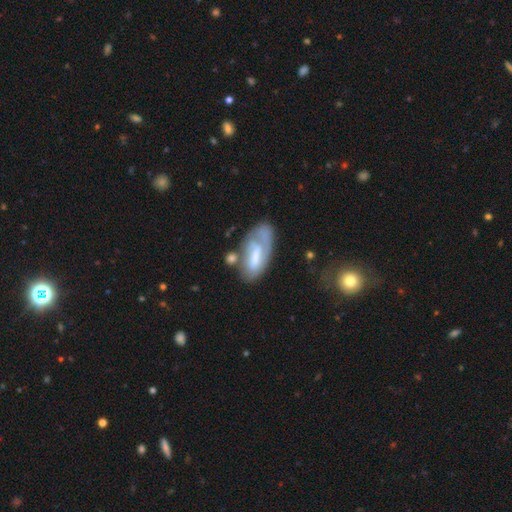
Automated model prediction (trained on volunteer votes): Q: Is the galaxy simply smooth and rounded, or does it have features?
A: featured or disk — 51%.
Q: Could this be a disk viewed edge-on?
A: no — 89%.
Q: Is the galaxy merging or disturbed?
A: none — 42%.